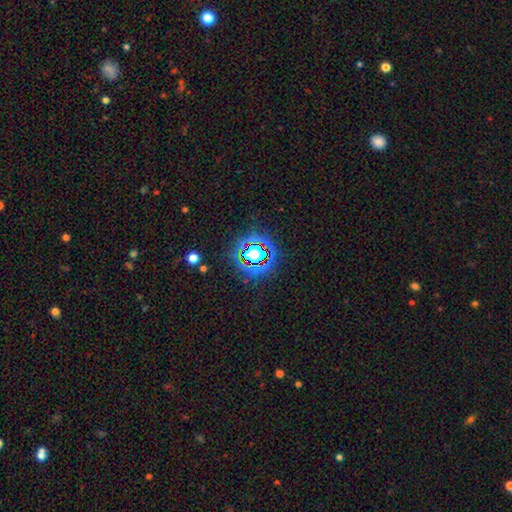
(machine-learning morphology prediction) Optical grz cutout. It shows a star or artifact, not a galaxy (78%).